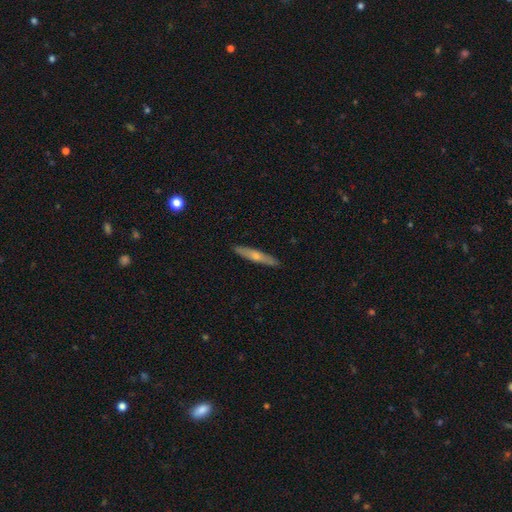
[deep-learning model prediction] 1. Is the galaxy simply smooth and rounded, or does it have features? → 53% smooth, 41% featured or disk, 6% star or artifact.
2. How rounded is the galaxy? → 91% cigar-shaped, 8% in between, 2% round.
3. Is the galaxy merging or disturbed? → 90% none, 7% minor disturbance, 1% major disturbance, 1% merger.